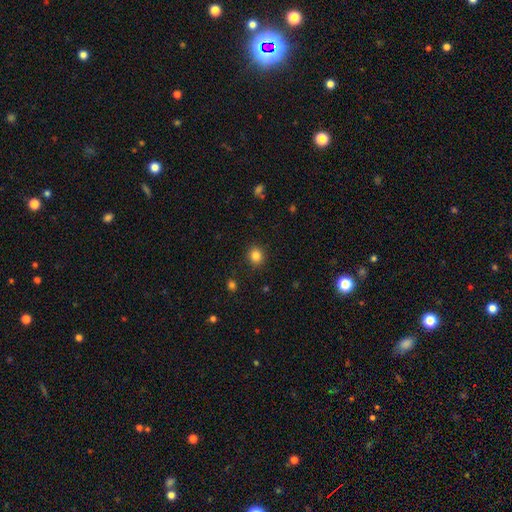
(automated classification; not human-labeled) A smooth galaxy with no disk features (83%) that is round (82%). Merging: none (89%).